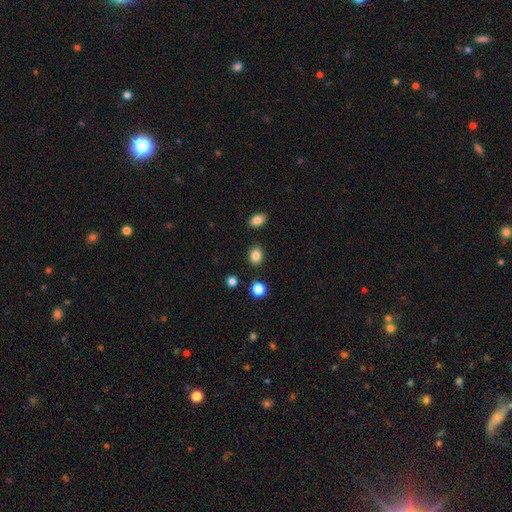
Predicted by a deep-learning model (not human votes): Morphology: type=smooth (84%); roundness=round (56%); merging=none (87%).